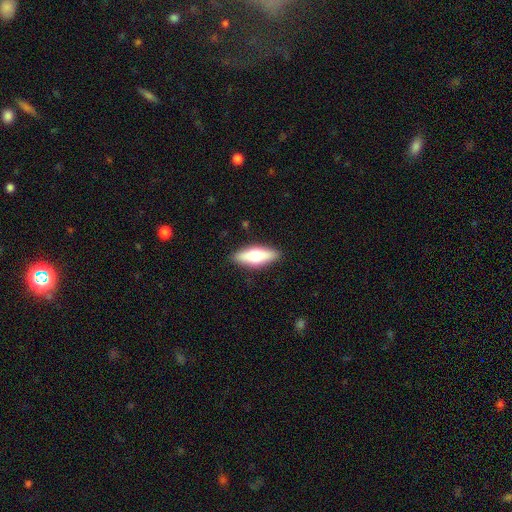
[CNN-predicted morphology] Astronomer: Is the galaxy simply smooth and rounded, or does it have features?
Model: smooth — 61%.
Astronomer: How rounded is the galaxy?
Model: in between — 60% (runner-up: cigar-shaped, 38%).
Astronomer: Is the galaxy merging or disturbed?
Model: none — 88%.